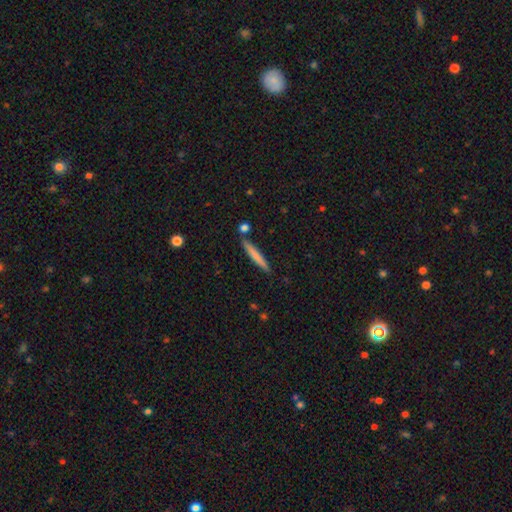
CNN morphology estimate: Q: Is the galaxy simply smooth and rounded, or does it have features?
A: smooth — 71%.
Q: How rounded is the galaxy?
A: cigar-shaped — 96%.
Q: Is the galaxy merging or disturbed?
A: none — 86%.